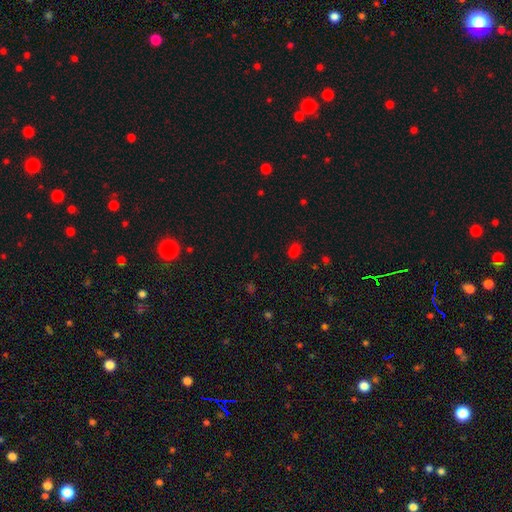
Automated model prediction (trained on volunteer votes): Q: Smooth or featured?
A: star or artifact (57%); runner-up: smooth (34%)